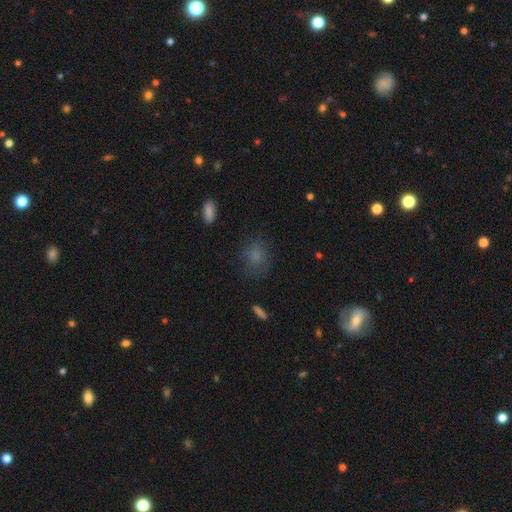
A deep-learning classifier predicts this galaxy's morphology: smooth_or_featured: smooth (p=0.74) [alt: star or artifact p=0.15]
how_rounded: round (p=0.67) [alt: in between p=0.31]
merging: none (p=0.73) [alt: minor disturbance p=0.17]